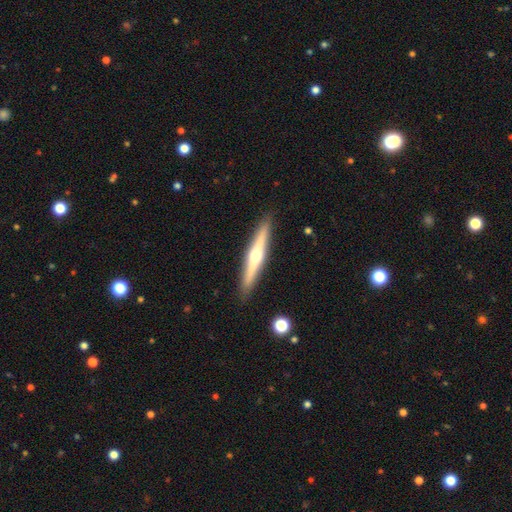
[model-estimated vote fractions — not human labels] Smooth or featured?
  - featured or disk: 68% *
  - smooth: 26%
  - star or artifact: 6%
Edge-on disk?
  - yes: 97% *
  - no: 3%
Edge-on bulge?
  - rounded: 90% *
  - none: 7%
  - boxy: 3%
Merging?
  - none: 91% *
  - minor disturbance: 6%
  - major disturbance: 1%
  - merger: 1%